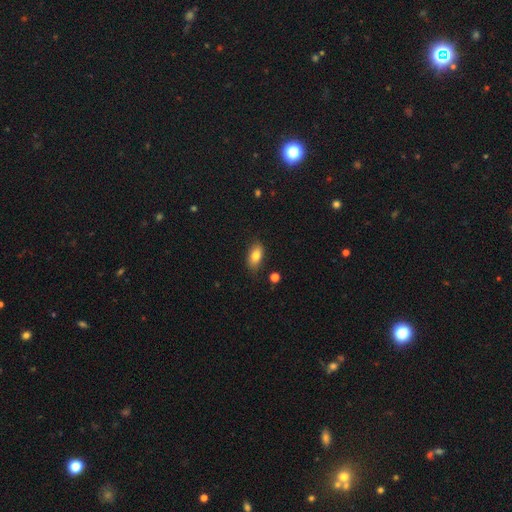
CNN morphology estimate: Smooth or featured? Predicted: smooth (p=0.81). How rounded? Predicted: in between (p=0.88). Merging? Predicted: none (p=0.81).